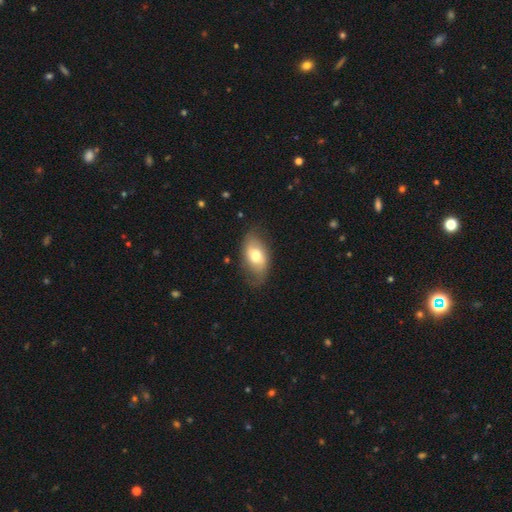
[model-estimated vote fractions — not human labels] This appears to be a smooth galaxy with no disk features (59%) that is in between round and cigar-shaped (91%). Merging: none (67%).